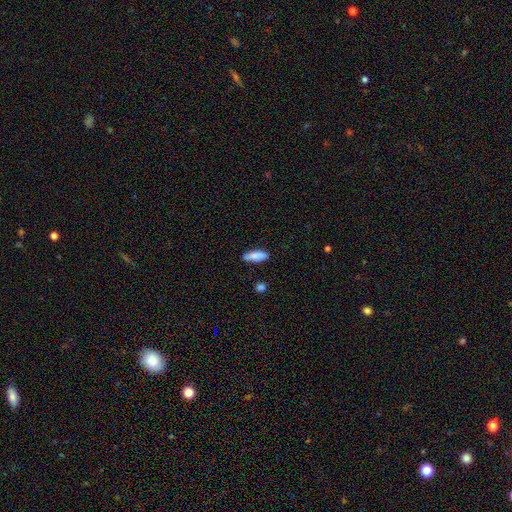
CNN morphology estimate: Overall: smooth (81%). How rounded: in between (67%; cigar-shaped 31%). Merging: none (79%).